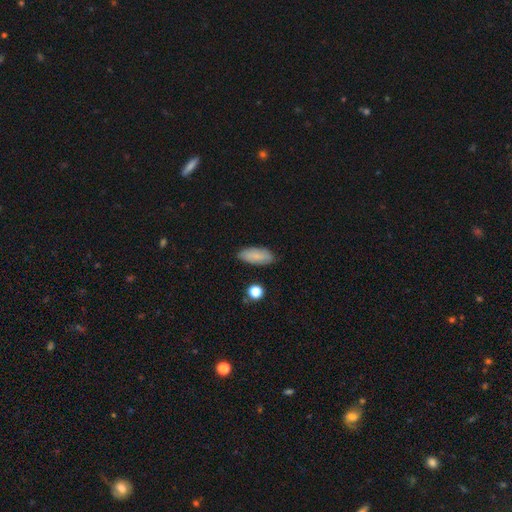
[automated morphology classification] Overall: smooth (79%). How rounded: in between (85%). Merging: none (82%).